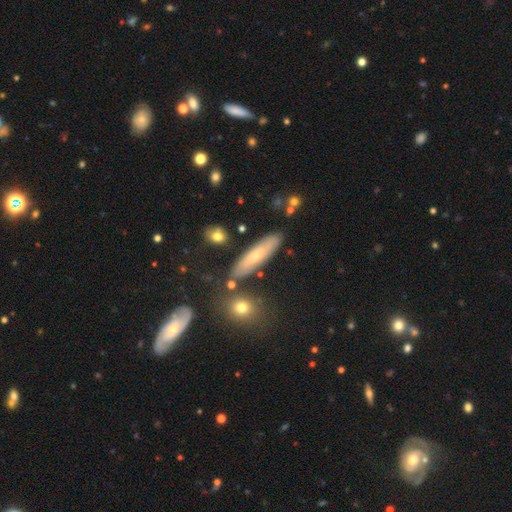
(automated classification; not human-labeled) Smooth or featured: smooth — 56% (featured or disk — 36%)
How rounded: cigar-shaped — 69% (in between — 28%)
Merging: none — 82% (minor disturbance — 12%)